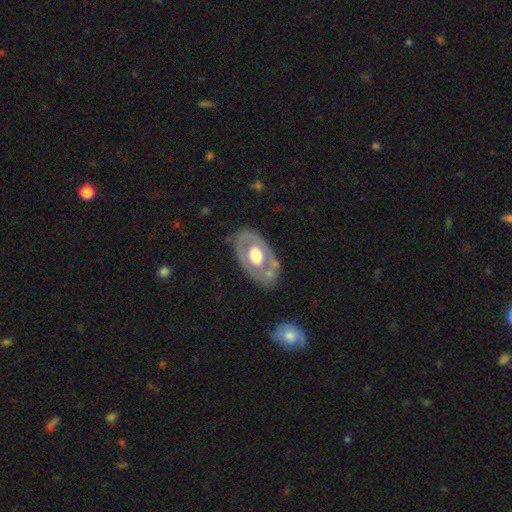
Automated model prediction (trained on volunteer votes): Smooth or featured: featured or disk — 56% (smooth — 39%)
Edge-on disk: no — 89% (yes — 11%)
Merging: none — 71% (minor disturbance — 17%)